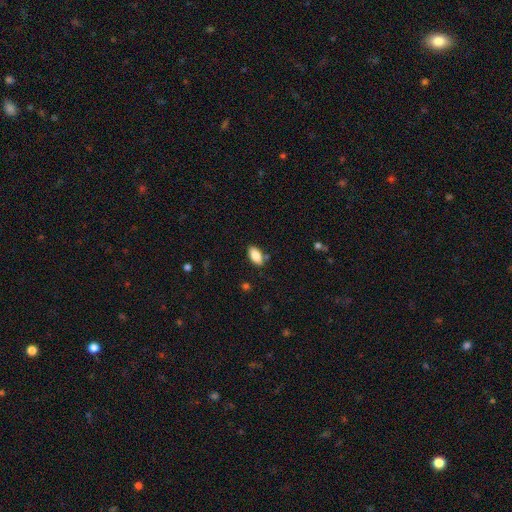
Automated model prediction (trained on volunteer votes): smooth_or_featured: smooth (p=0.85) [alt: featured or disk p=0.08]
how_rounded: in between (p=0.91) [alt: cigar-shaped p=0.06]
merging: none (p=0.82) [alt: minor disturbance p=0.12]